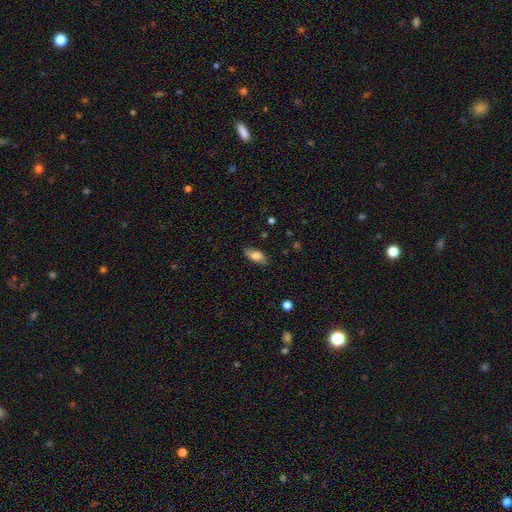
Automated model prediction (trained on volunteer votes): Smooth or featured?
  - smooth: 76% *
  - featured or disk: 16%
  - star or artifact: 7%
How rounded?
  - in between: 83% *
  - cigar-shaped: 13%
  - round: 3%
Merging?
  - none: 81% *
  - minor disturbance: 14%
  - major disturbance: 3%
  - merger: 1%